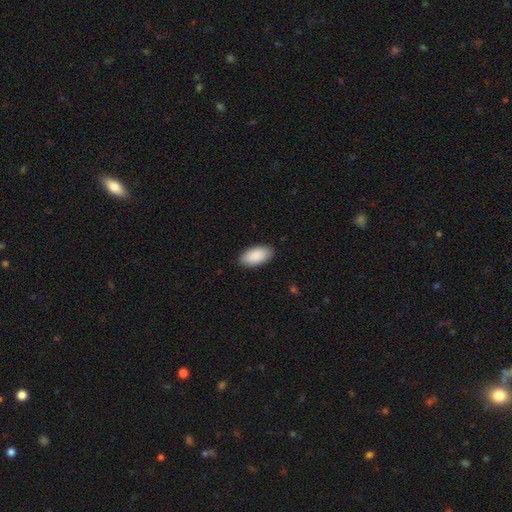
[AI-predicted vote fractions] smooth_or_featured: smooth (p=0.91) [alt: star or artifact p=0.06]
how_rounded: in between (p=0.95) [alt: cigar-shaped p=0.03]
merging: none (p=0.88) [alt: minor disturbance p=0.09]